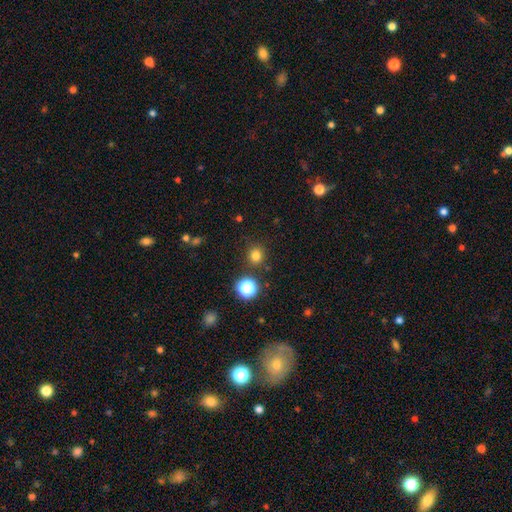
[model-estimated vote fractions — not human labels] Smooth or featured? smooth (78%)
How rounded? round (90%)
Merging? none (87%)